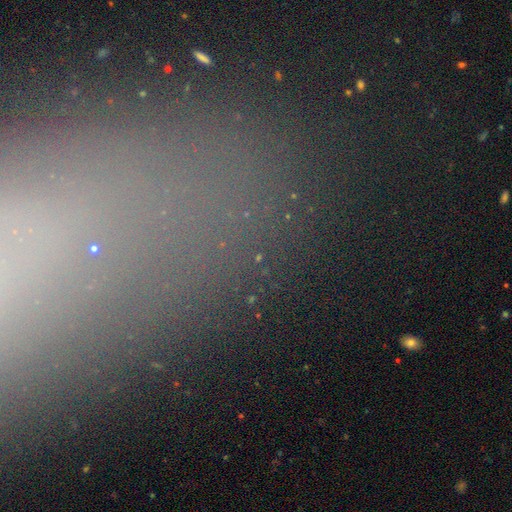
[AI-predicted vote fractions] star or artifact 69%, smooth 18%, featured or disk 13%.